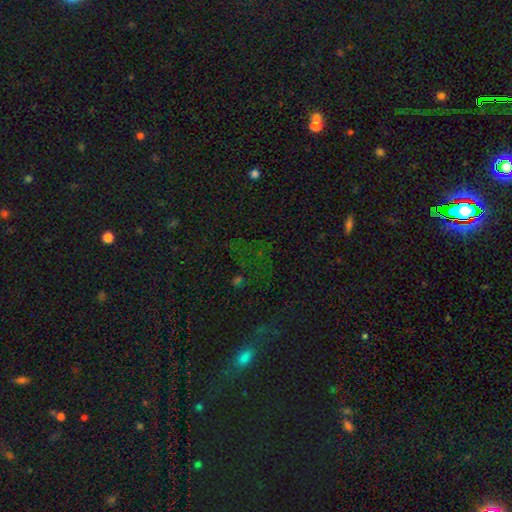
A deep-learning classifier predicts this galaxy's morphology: star or artifact 64%, smooth 23%, featured or disk 13%.